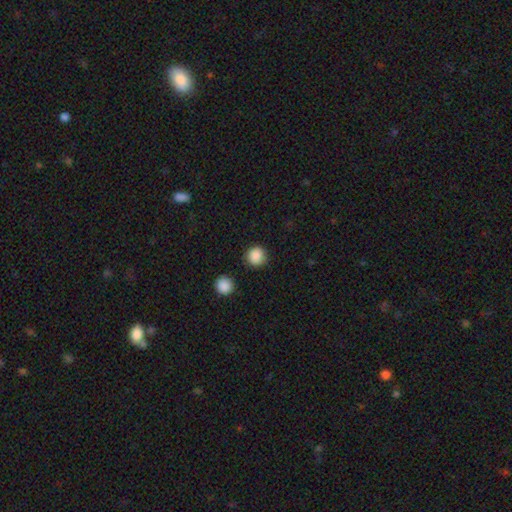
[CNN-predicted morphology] A smooth galaxy with no disk features (88%) that is round (93%).

Vote fractions:
- Smooth or featured? smooth: 88% / star or artifact: 9% / featured or disk: 3%
- How rounded? round: 93% / in between: 6% / cigar-shaped: 1%
- Merging? none: 87% / minor disturbance: 8% / major disturbance: 3% / merger: 2%